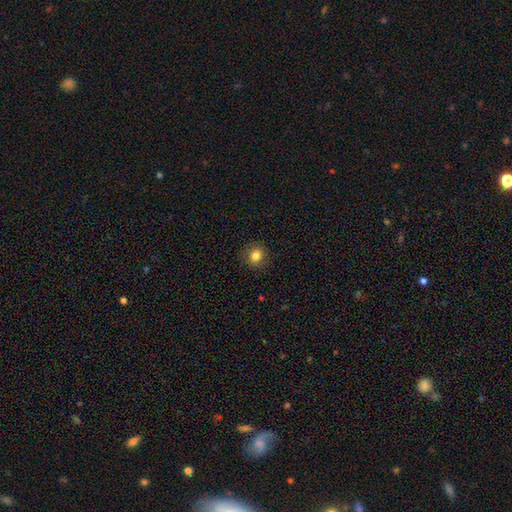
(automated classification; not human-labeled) A smooth galaxy with no disk features (82%) that is round (84%). Merging: none (89%).